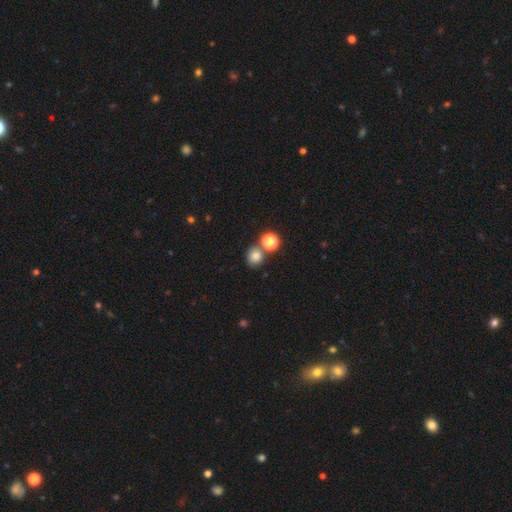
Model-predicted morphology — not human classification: Smooth or featured?
  - smooth: 80% *
  - star or artifact: 14%
  - featured or disk: 6%
How rounded?
  - round: 83% *
  - in between: 16%
  - cigar-shaped: 1%
Merging?
  - none: 67% *
  - merger: 22%
  - minor disturbance: 9%
  - major disturbance: 3%